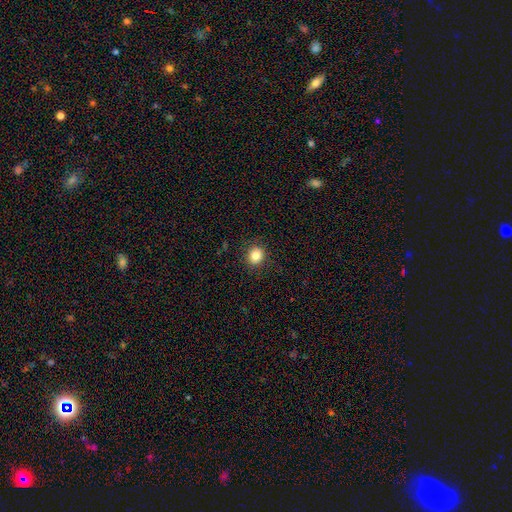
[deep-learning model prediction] Smooth or featured? smooth (83%)
How rounded? round (82%)
Merging? none (90%)